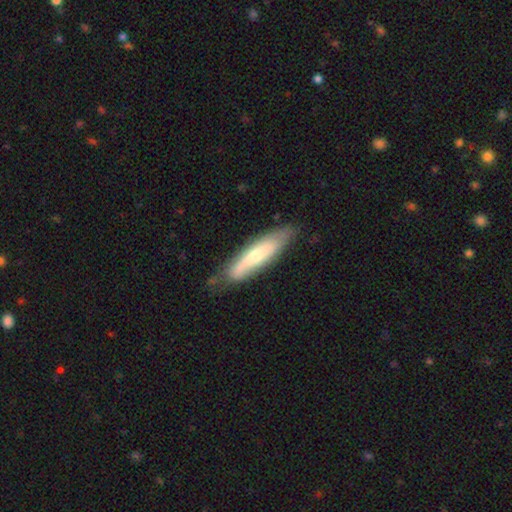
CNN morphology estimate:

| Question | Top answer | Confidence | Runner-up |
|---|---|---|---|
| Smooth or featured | smooth | 51% | featured or disk (43%) |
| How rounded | cigar-shaped | 69% | in between (29%) |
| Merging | none | 70% | minor disturbance (23%) |